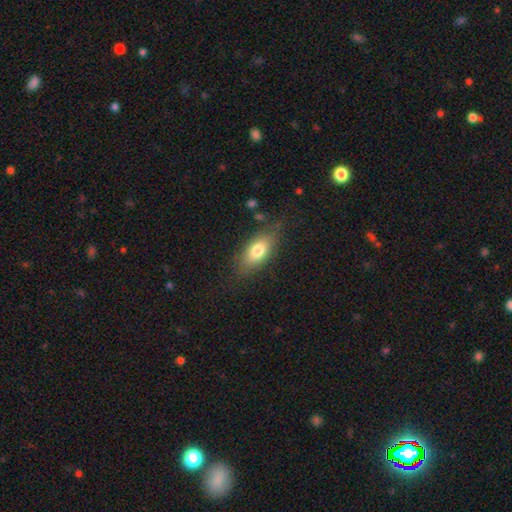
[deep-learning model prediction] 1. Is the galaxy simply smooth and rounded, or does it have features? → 69% smooth, 22% featured or disk, 10% star or artifact.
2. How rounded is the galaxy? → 76% in between, 19% cigar-shaped, 5% round.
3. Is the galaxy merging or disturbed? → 79% none, 15% minor disturbance, 4% major disturbance, 2% merger.